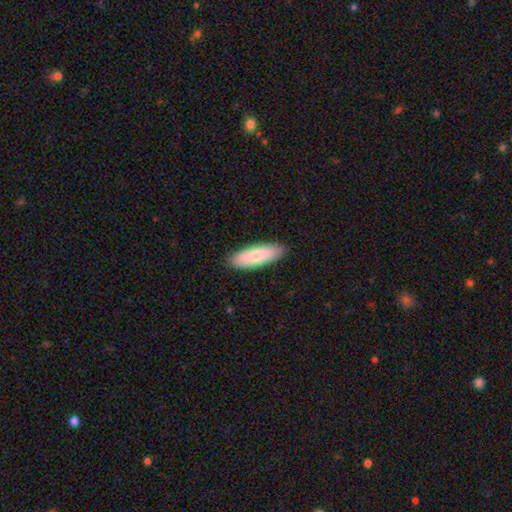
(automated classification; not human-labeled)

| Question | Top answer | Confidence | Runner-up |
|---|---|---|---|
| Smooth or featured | smooth | 77% | featured or disk (18%) |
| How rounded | in between | 51% | cigar-shaped (47%) |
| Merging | none | 90% | minor disturbance (7%) |